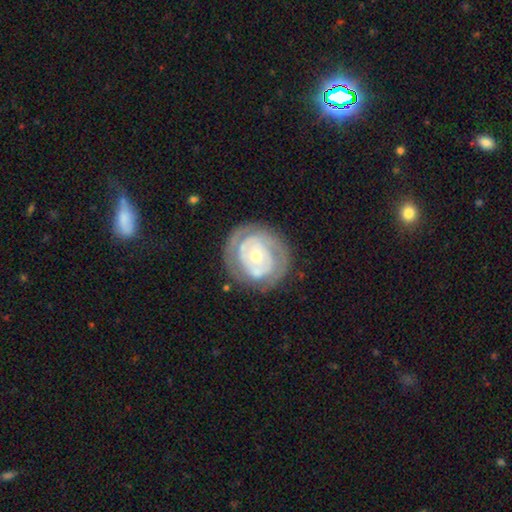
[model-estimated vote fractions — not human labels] A featured or disk galaxy (76%) with no bar (77%), spiral arms (67%) and a moderate central bulge (51%). Merging: none (74%).